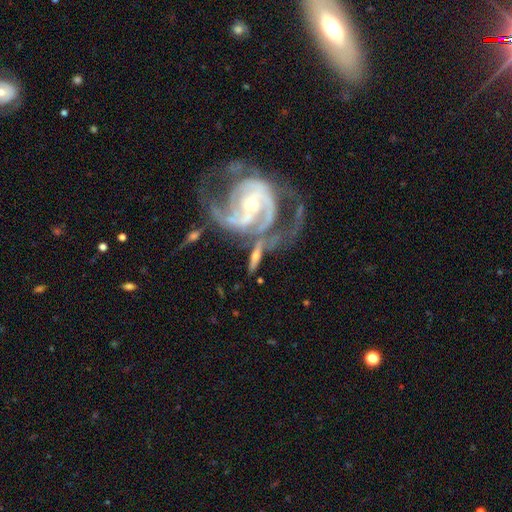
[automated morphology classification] Smooth or featured? Predicted: featured or disk (p=0.81). Edge-on disk? Predicted: no (p=0.86). Bar? Predicted: no (p=0.43). Spiral arms? Predicted: yes (p=0.93). Spiral winding? Predicted: medium (p=0.42). Spiral arm count? Predicted: 2 (p=0.54). Bulge size? Predicted: small (p=0.60). Merging? Predicted: none (p=0.39).